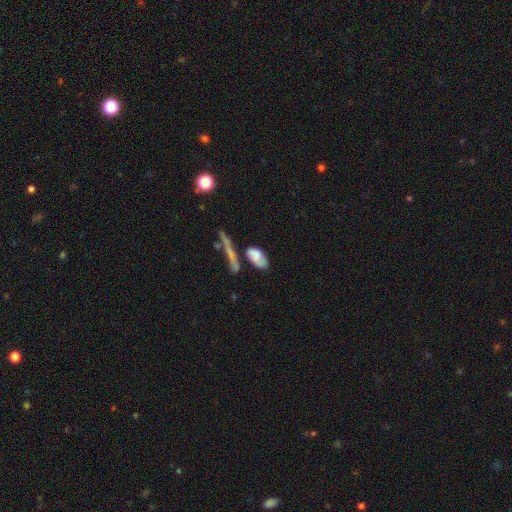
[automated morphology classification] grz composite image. It shows a smooth galaxy with no disk features (65%) that is in between round and cigar-shaped (82%). Merging: none (42%).